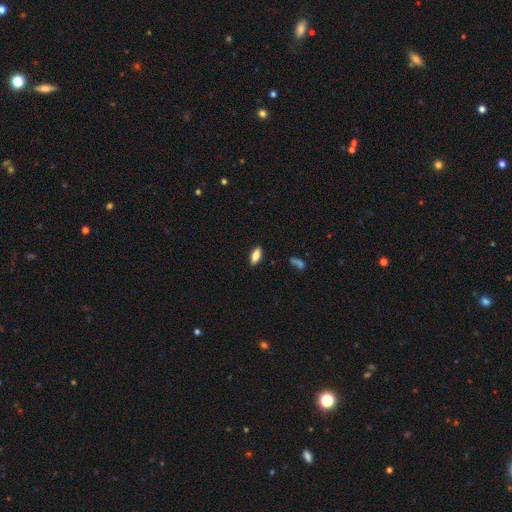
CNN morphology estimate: Smooth or featured? Predicted: smooth (p=0.84). How rounded? Predicted: in between (p=0.80). Merging? Predicted: none (p=0.88).